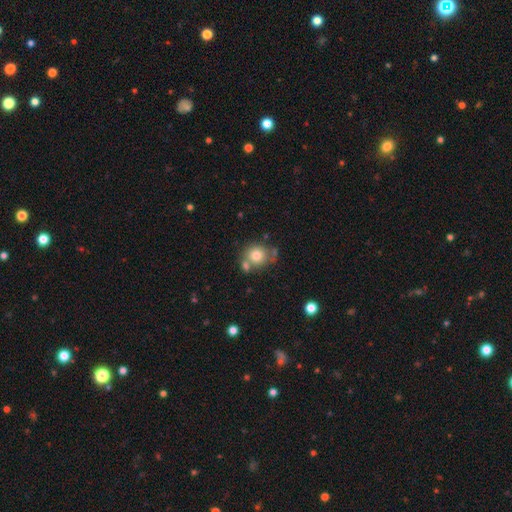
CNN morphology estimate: A smooth galaxy with no disk features (75%) that is round (83%). Merging: none (56%).